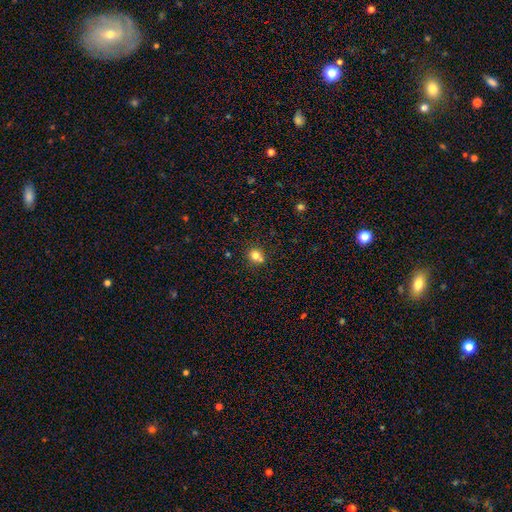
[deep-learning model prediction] smooth-or-featured: smooth: 77% | star or artifact: 13% | featured or disk: 10%
  how-rounded: round: 83% | in between: 16% | cigar-shaped: 1%
  merging: none: 60% | merger: 26% | minor disturbance: 11% | major disturbance: 3%